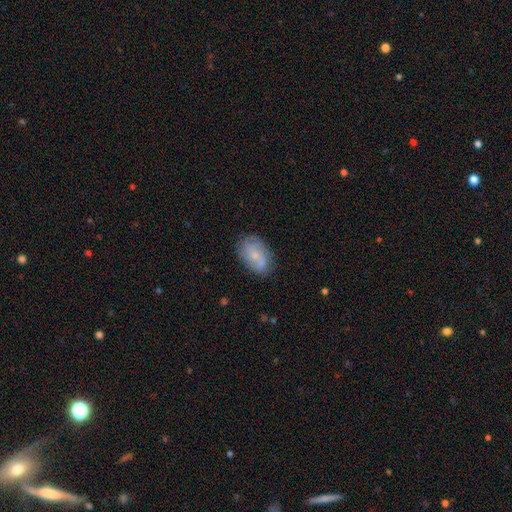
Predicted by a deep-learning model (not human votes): Overall: smooth (55%; featured or disk 37%). How rounded: in between (87%). Merging: none (66%).